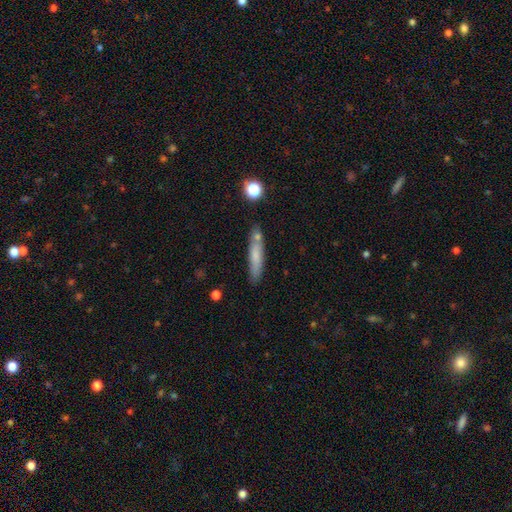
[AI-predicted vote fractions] Overall: smooth (71%). How rounded: cigar-shaped (85%). Merging: none (72%).